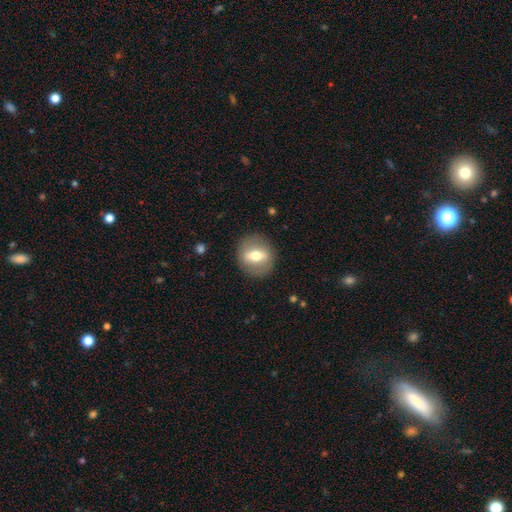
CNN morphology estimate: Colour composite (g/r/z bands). It shows a smooth galaxy with no disk features (48%). Merging: none (86%).